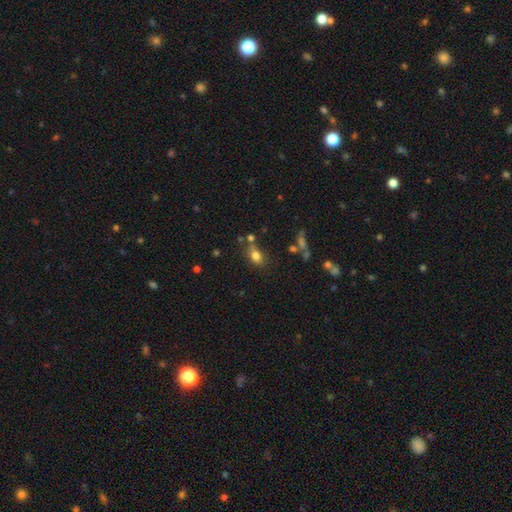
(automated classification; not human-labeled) A smooth galaxy with no disk features (78%) that is in between round and cigar-shaped (78%). Merging: none (66%).